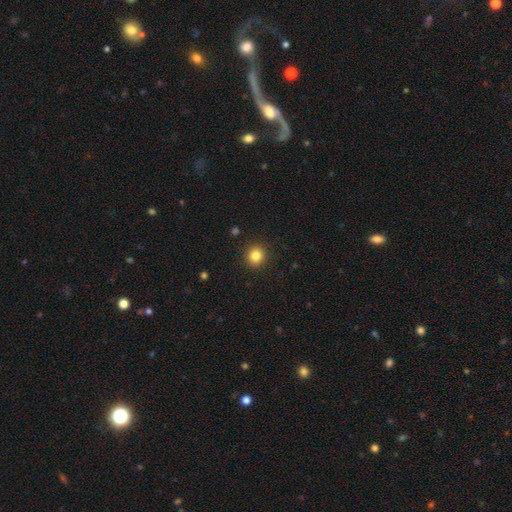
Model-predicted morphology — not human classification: Q: Smooth or featured?
A: smooth (83%); runner-up: star or artifact (11%)
Q: How rounded?
A: round (90%); runner-up: in between (9%)
Q: Merging?
A: none (91%); runner-up: minor disturbance (5%)